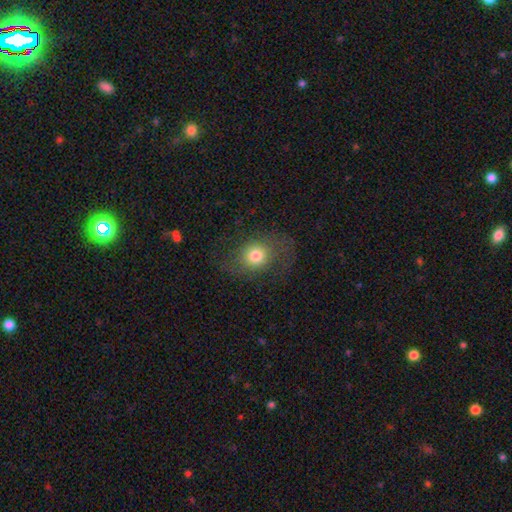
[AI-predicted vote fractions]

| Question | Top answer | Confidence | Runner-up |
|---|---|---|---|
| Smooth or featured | smooth | 70% | featured or disk (19%) |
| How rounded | round | 57% | in between (41%) |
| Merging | none | 63% | minor disturbance (18%) |